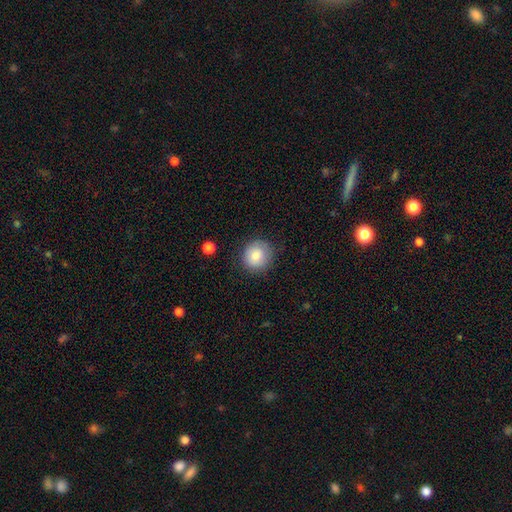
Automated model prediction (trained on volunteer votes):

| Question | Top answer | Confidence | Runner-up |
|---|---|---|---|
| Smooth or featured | smooth | 83% | featured or disk (9%) |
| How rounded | round | 87% | in between (12%) |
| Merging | none | 82% | minor disturbance (13%) |